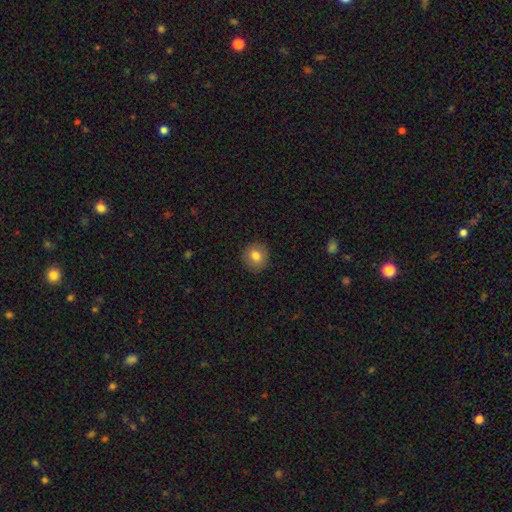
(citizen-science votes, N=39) This appears to be a smooth galaxy with no disk features (82%) that is round (91%). Merging: none (87%).